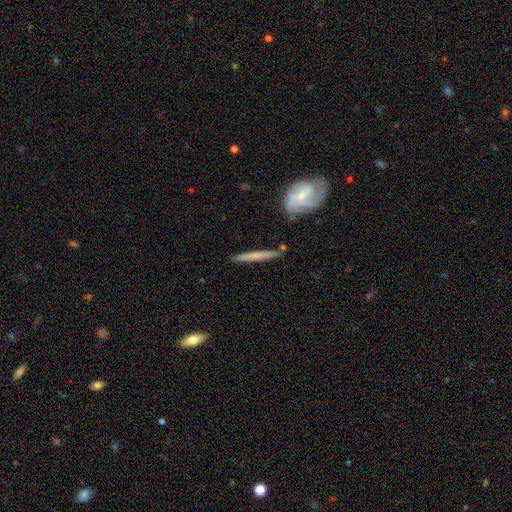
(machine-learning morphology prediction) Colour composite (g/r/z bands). It shows a smooth galaxy with no disk features (51%) that is cigar-shaped (95%). Merging: none (84%).